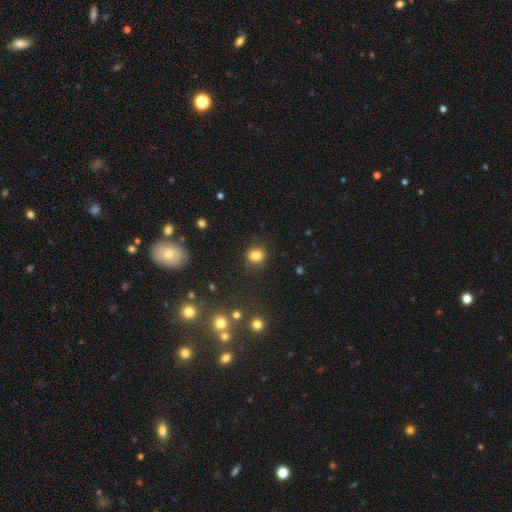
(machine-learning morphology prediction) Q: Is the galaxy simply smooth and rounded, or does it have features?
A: smooth — 83%.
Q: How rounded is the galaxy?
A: round — 75%.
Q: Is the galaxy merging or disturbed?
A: none — 83%.